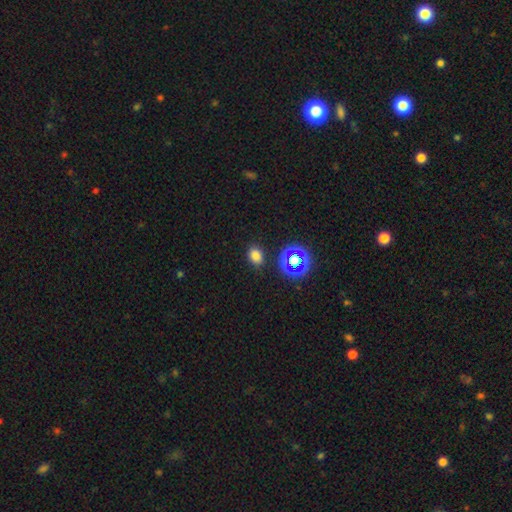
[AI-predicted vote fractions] A smooth galaxy with no disk features (73%) that is in between round and cigar-shaped (65%). Merging: none (84%).